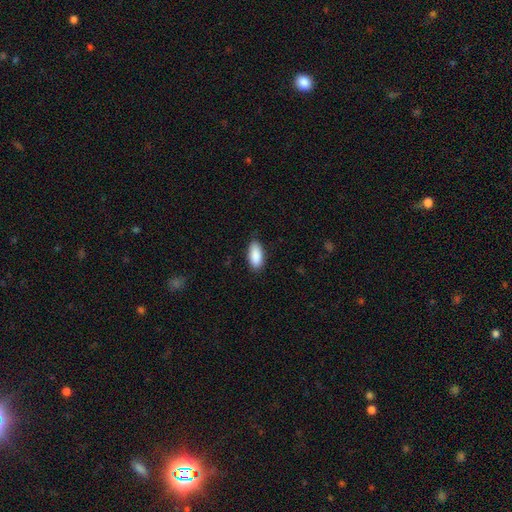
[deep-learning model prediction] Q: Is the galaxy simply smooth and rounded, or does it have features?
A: smooth — 90%.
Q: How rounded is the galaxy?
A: in between — 89%.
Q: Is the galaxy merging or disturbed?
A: none — 84%.